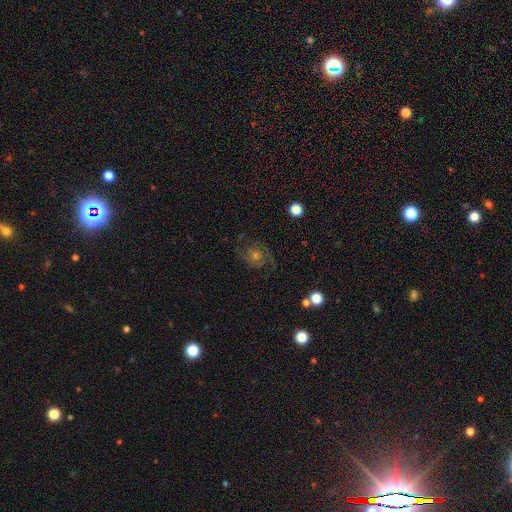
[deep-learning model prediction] Smooth or featured: featured or disk — 68% (smooth — 17%)
Edge-on disk: no — 97% (yes — 3%)
Bar: no — 77% (weak — 20%)
Spiral arms: yes — 92% (no — 8%)
Spiral winding: medium — 46% (tight — 36%)
Spiral arm count: 2 — 66% (can't tell — 16%)
Bulge size: small — 48% (moderate — 42%)
Merging: none — 73% (minor disturbance — 15%)